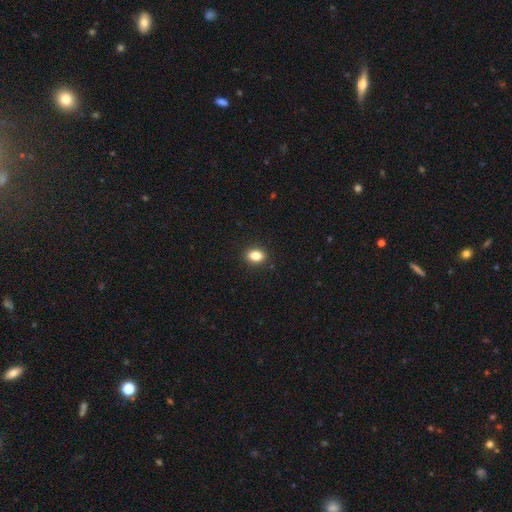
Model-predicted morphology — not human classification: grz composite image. It shows a smooth galaxy with no disk features (84%) that is in between round and cigar-shaped (76%). Merging: none (90%).